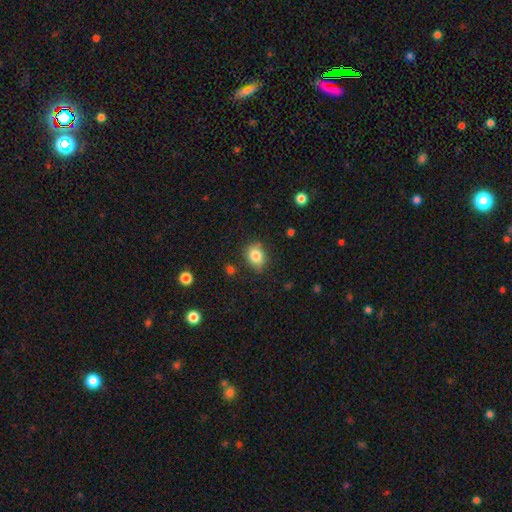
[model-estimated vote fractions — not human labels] Morphology: type=smooth (82%); roundness=round (50%); merging=none (75%).